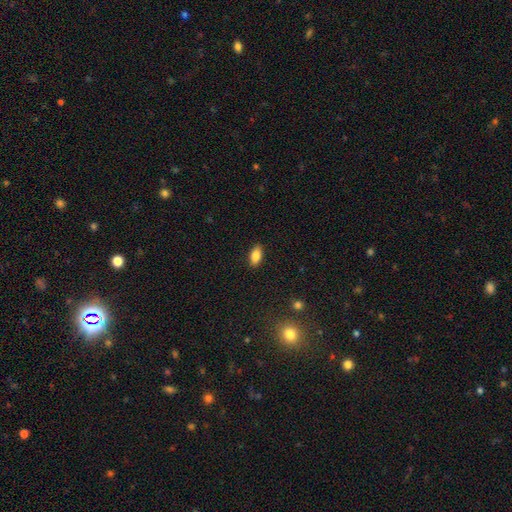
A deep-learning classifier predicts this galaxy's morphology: smooth_or_featured: smooth (p=0.84) [alt: star or artifact p=0.08]
how_rounded: in between (p=0.89) [alt: cigar-shaped p=0.07]
merging: none (p=0.88) [alt: minor disturbance p=0.08]